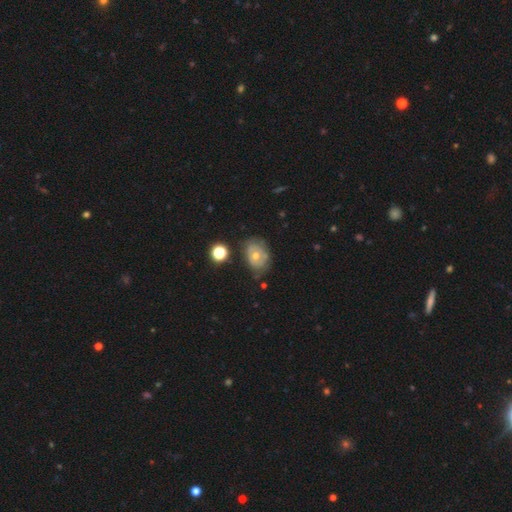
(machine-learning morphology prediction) A featured or disk galaxy (50%). Merging: none (70%).